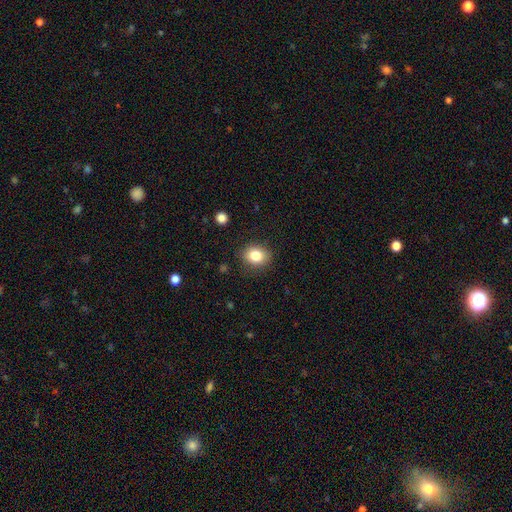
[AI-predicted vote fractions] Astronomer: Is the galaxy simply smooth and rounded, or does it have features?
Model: smooth — 82%.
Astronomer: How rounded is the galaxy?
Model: round — 55% (runner-up: in between, 44%).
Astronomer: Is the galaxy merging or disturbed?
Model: none — 85%.